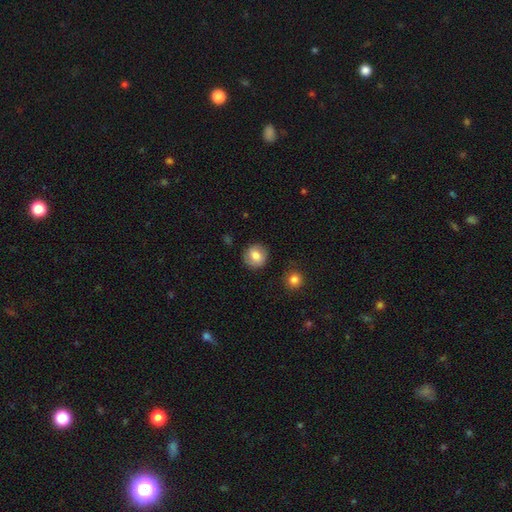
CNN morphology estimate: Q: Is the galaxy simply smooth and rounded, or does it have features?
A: smooth — 80%.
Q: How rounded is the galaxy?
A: round — 87%.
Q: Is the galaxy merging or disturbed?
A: none — 86%.